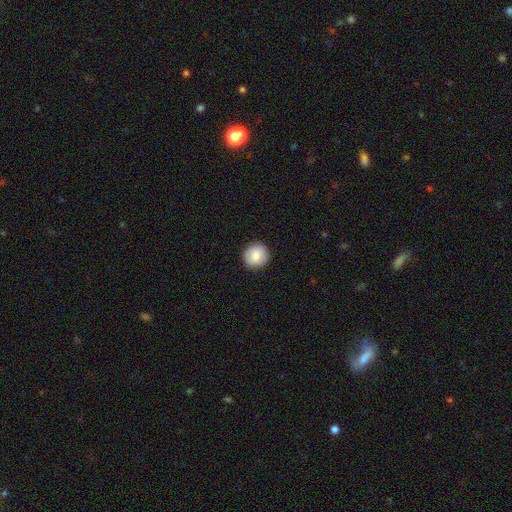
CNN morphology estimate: Smooth or featured? Predicted: smooth (p=0.85). How rounded? Predicted: round (p=0.93). Merging? Predicted: none (p=0.91).